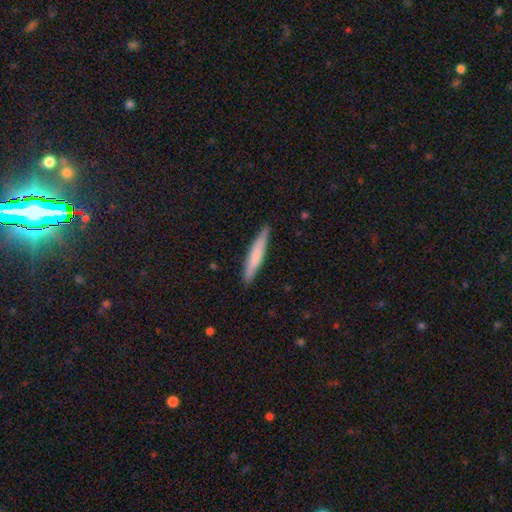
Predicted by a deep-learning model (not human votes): The model was most divided on "smooth or featured": smooth: 71%, featured or disk: 24%, star or artifact: 6%. More confident: how rounded — cigar-shaped (93%); merging — none (89%).